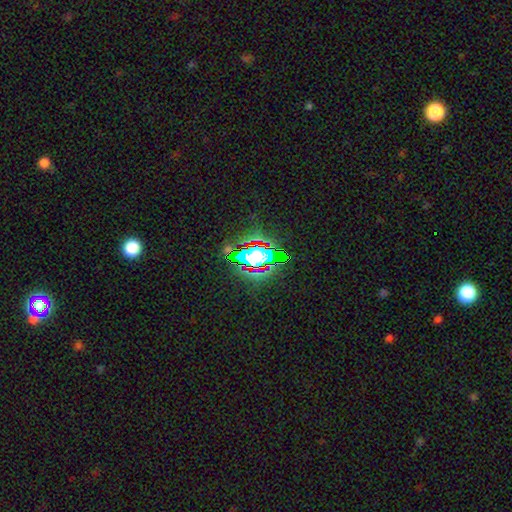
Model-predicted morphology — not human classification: type=star or artifact (66%).